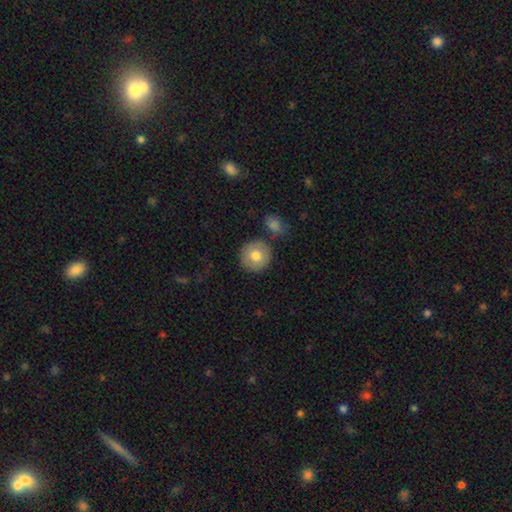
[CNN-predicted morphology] smooth 75%, featured or disk 18%, star or artifact 7%. Down the decision tree: how rounded — round (93%); merging — none (81%).